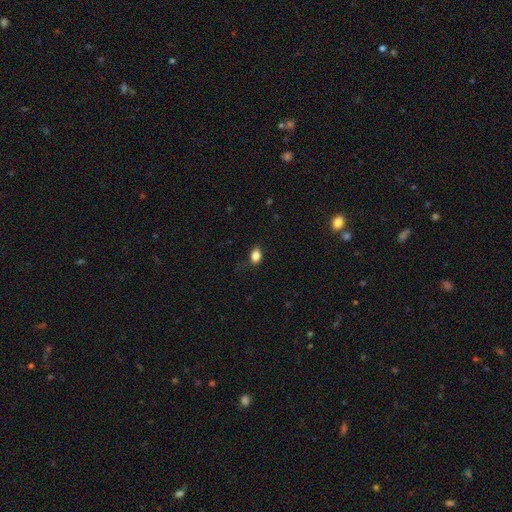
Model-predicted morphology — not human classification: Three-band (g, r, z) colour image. It shows a smooth galaxy with no disk features (85%) that is in between round and cigar-shaped (80%). Merging: none (79%).